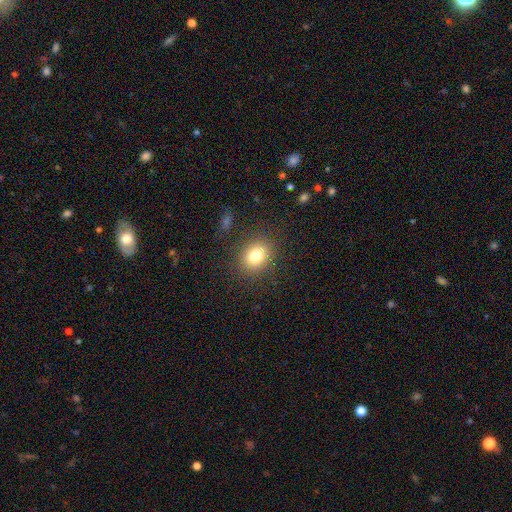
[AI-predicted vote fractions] Smooth or featured? smooth (79%)
How rounded? round (53%)
Merging? none (85%)